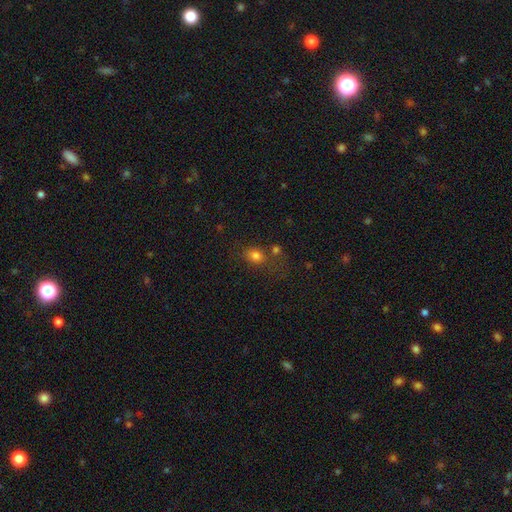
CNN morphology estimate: A smooth galaxy with no disk features (76%) that is in between round and cigar-shaped (55%). Merging: none (53%).